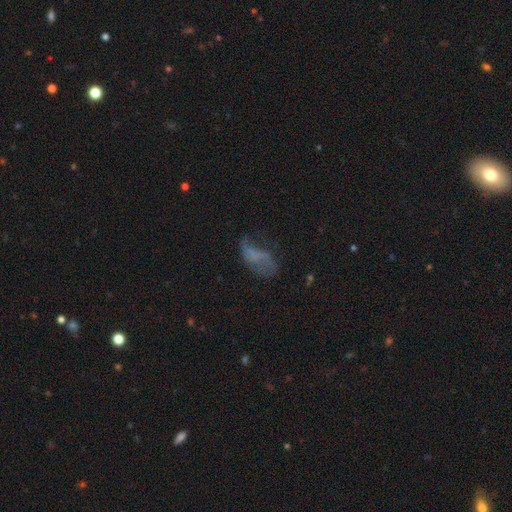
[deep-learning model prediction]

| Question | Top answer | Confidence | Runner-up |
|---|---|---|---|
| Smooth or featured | featured or disk | 43% | smooth (41%) |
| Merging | none | 37% | major disturbance (35%) |